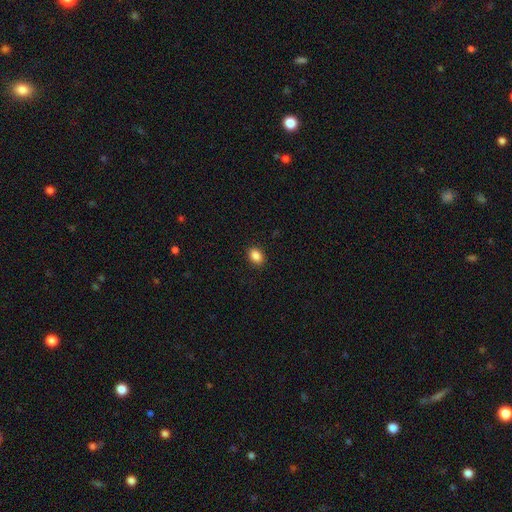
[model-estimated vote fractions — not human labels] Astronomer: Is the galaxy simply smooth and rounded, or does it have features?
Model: smooth — 88%.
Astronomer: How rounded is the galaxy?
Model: in between — 73%.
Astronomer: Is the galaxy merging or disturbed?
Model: none — 90%.